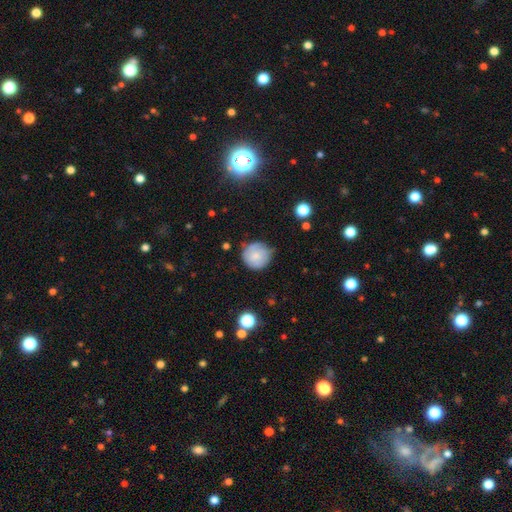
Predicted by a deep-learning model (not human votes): Overall: smooth (71%). How rounded: round (93%). Merging: none (68%).